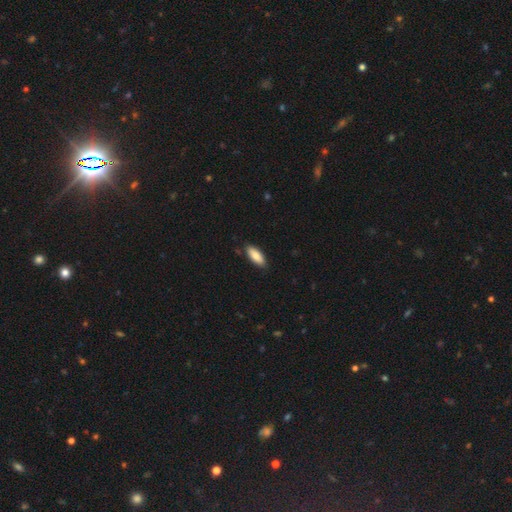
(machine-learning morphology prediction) Q: Smooth or featured?
A: smooth (85%); runner-up: featured or disk (9%)
Q: How rounded?
A: in between (81%); runner-up: cigar-shaped (17%)
Q: Merging?
A: none (85%); runner-up: minor disturbance (12%)